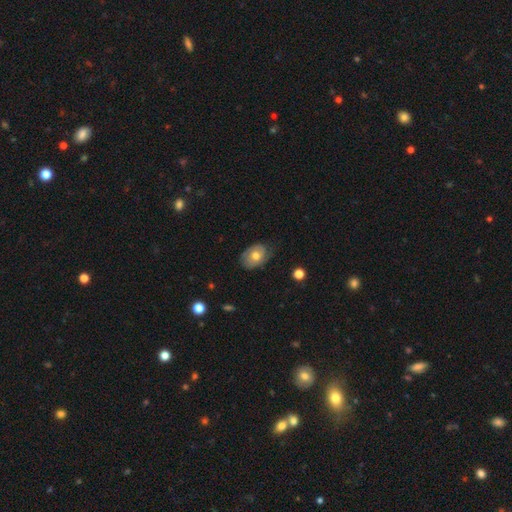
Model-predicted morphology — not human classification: Smooth or featured? smooth (54%)
How rounded? in between (78%)
Merging? none (69%)